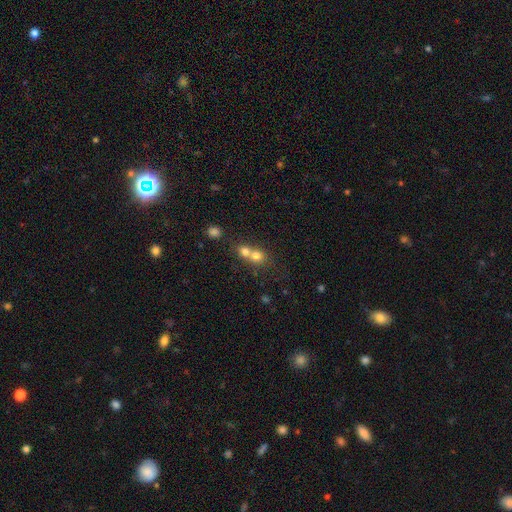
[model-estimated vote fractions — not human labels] This appears to be a smooth galaxy with no disk features (73%) that is round (73%). Merging: merger (68%).